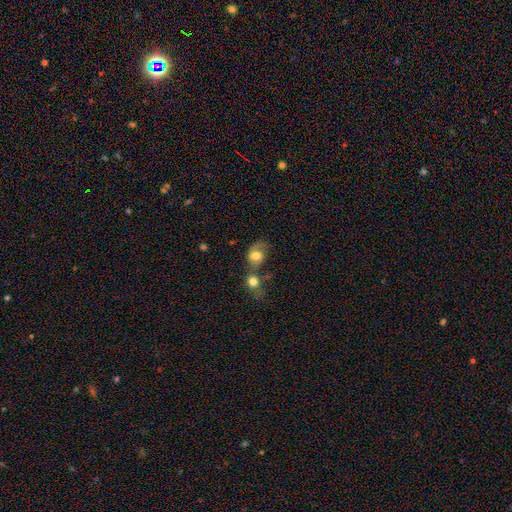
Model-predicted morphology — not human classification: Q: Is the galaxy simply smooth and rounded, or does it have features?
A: smooth — 54%.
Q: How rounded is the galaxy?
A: in between — 53%.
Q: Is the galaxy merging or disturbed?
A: merger — 48%.